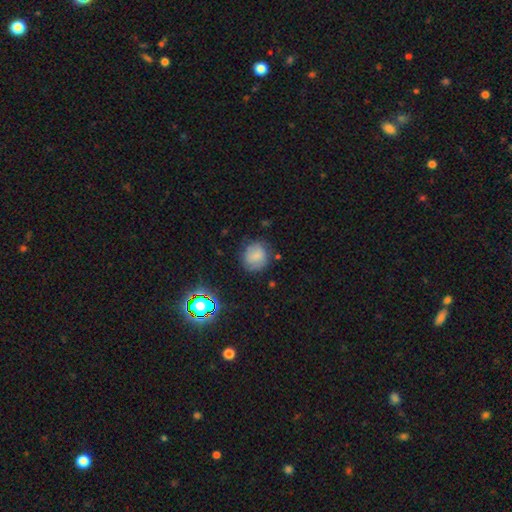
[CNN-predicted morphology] A smooth galaxy with no disk features (73%) that is round (82%).

Vote fractions:
- Smooth or featured? smooth: 73% / featured or disk: 15% / star or artifact: 12%
- How rounded? round: 82% / in between: 17% / cigar-shaped: 1%
- Merging? none: 74% / minor disturbance: 18% / major disturbance: 6% / merger: 2%